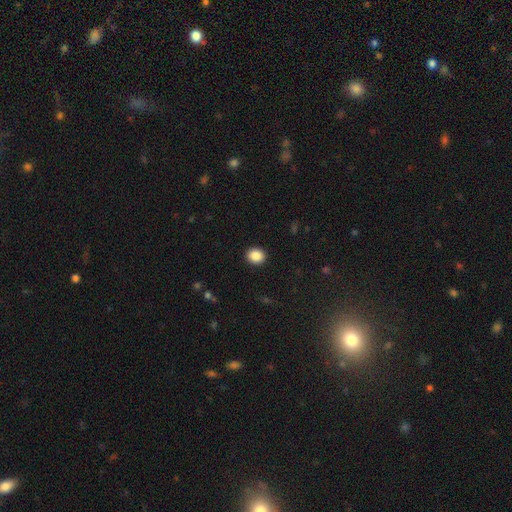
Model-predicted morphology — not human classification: Q: Smooth or featured?
A: smooth (88%); runner-up: star or artifact (9%)
Q: How rounded?
A: round (71%); runner-up: in between (28%)
Q: Merging?
A: none (92%); runner-up: minor disturbance (5%)